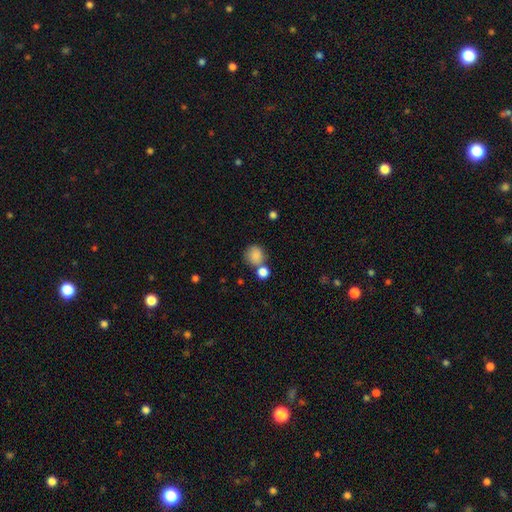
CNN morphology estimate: Q: Smooth or featured?
A: smooth (84%); runner-up: star or artifact (10%)
Q: How rounded?
A: round (82%); runner-up: in between (17%)
Q: Merging?
A: none (53%); runner-up: merger (28%)